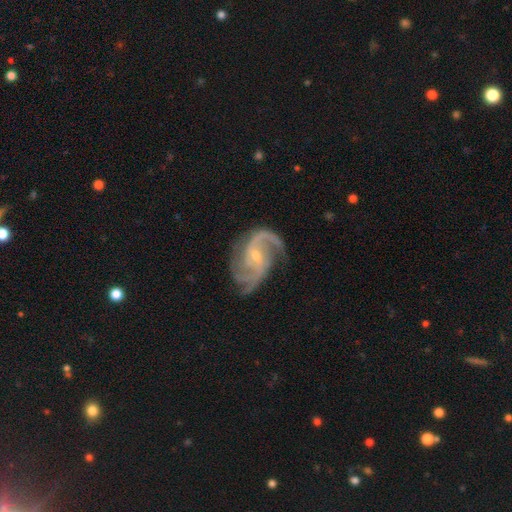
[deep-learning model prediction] smooth-or-featured: featured or disk: 92% | star or artifact: 5% | smooth: 3%
  disk-edge-on: no: 98% | yes: 2%
    bar: weak: 45% | no: 39% | strong: 16%
    has-spiral-arms: yes: 98% | no: 2%
      spiral-winding: medium: 55% | loose: 26% | tight: 19%
      spiral-arm-count: 2: 42% | 3: 30% | can't tell: 9% | 4: 8% | 1: 6% | more than 4: 5%
    bulge-size: small: 68% | moderate: 29% | none: 1% | large: 1% | dominant: 1%
  merging: none: 70% | minor disturbance: 19% | major disturbance: 9% | merger: 2%